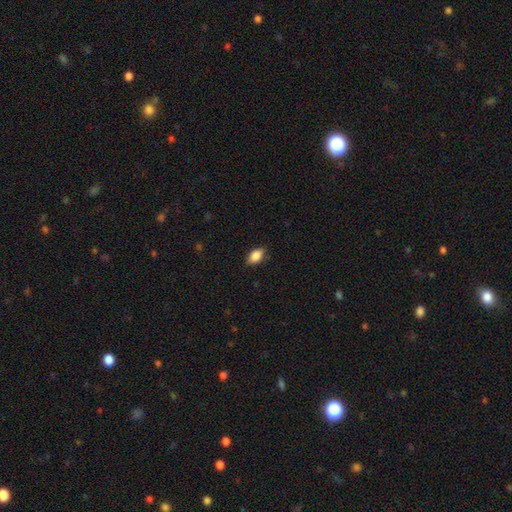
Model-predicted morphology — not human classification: Smooth or featured: smooth — 87% (star or artifact — 8%)
How rounded: in between — 89% (round — 8%)
Merging: none — 83% (minor disturbance — 14%)